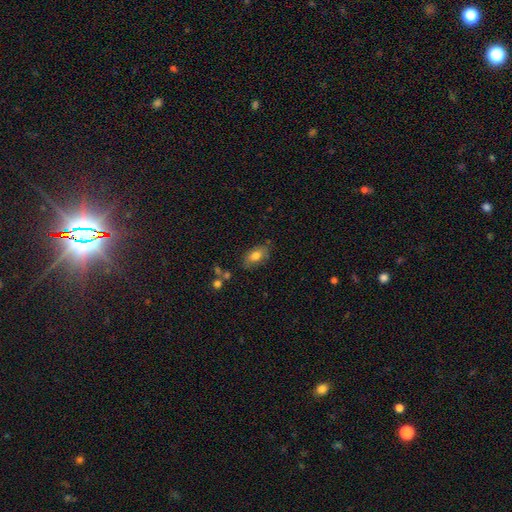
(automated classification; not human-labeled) Overall: smooth (74%). How rounded: in between (90%). Merging: none (71%).